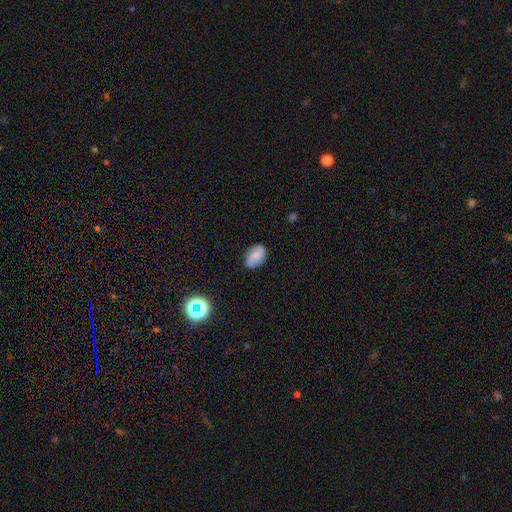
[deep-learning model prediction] Smooth or featured? Predicted: smooth (p=0.64). How rounded? Predicted: in between (p=0.86). Merging? Predicted: none (p=0.79).